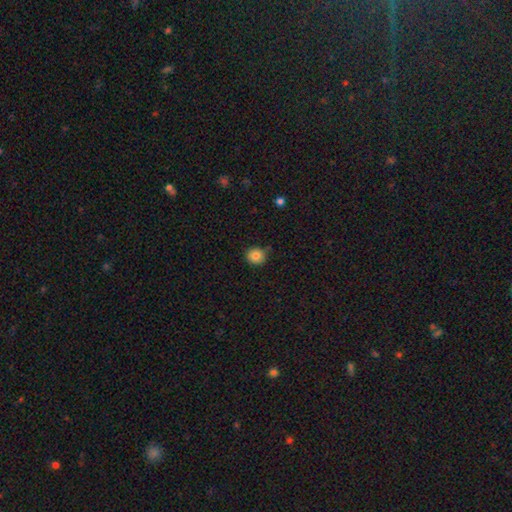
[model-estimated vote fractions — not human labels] A smooth galaxy with no disk features (83%) that is round (89%). Merging: none (80%).